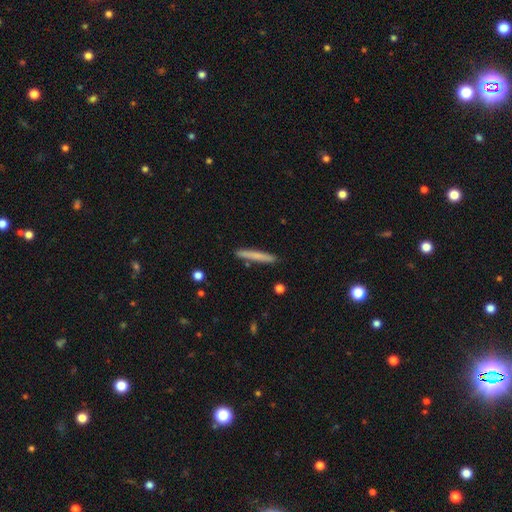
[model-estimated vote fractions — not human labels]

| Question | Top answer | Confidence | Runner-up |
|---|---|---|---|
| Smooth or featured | smooth | 74% | featured or disk (20%) |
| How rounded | cigar-shaped | 96% | in between (3%) |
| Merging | none | 88% | minor disturbance (8%) |